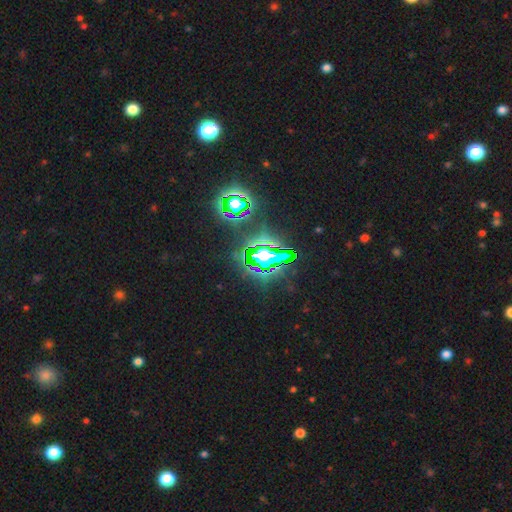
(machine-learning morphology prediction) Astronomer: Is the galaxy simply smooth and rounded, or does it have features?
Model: star or artifact — 83%.